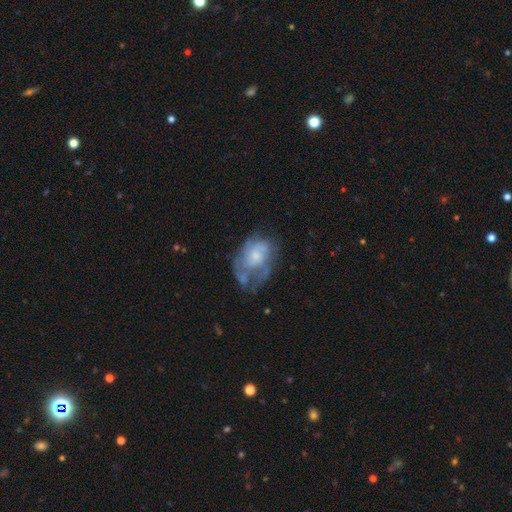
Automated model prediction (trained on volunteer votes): Smooth or featured? featured or disk (63%)
Edge-on disk? no (97%)
Bar? no (79%)
Spiral arms? yes (56%)
Bulge size? small (47%)
Merging? none (34%)